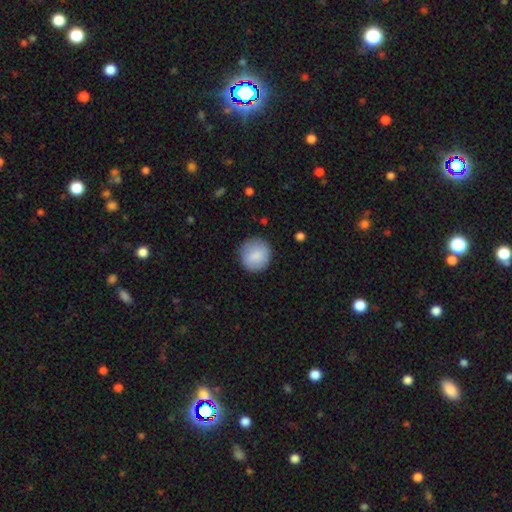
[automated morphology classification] Overall: smooth (86%). How rounded: round (91%). Merging: none (86%).